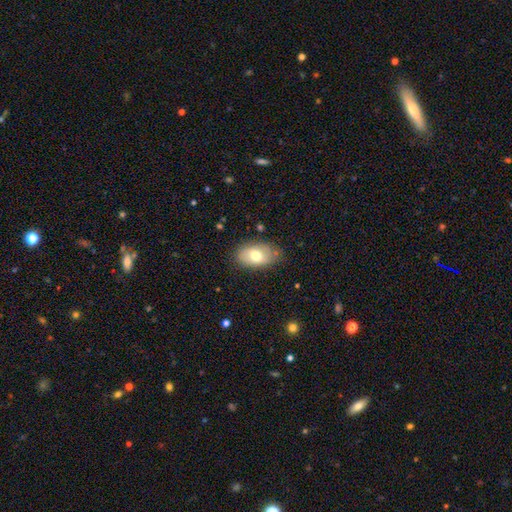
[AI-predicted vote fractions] The model was most divided on "smooth or featured": smooth: 72%, featured or disk: 21%, star or artifact: 7%. More confident: how rounded — in between (91%); merging — none (77%).